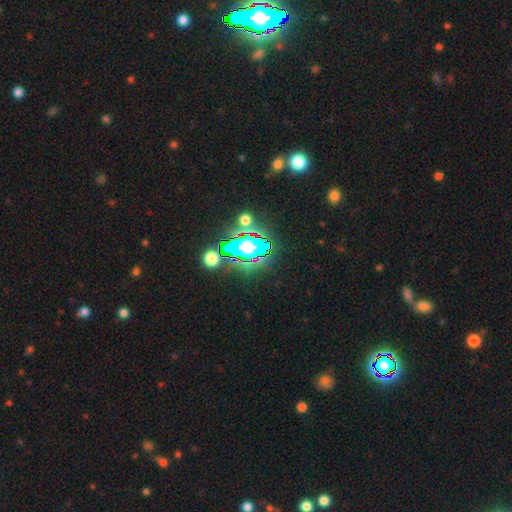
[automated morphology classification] Smooth or featured? star or artifact (58%)